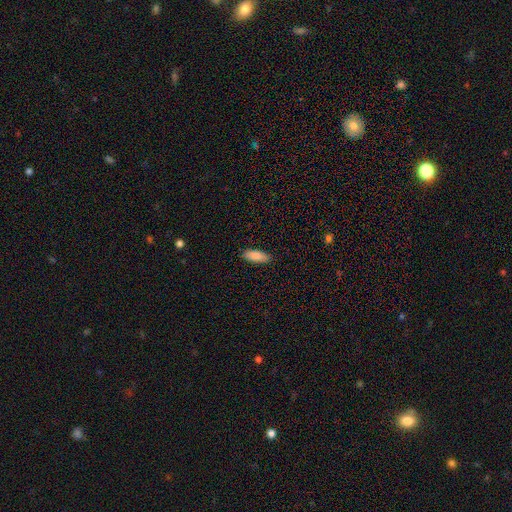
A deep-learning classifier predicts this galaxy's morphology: smooth-or-featured: smooth: 87% | featured or disk: 7% | star or artifact: 6%
  how-rounded: in between: 72% | cigar-shaped: 26% | round: 2%
  merging: none: 88% | minor disturbance: 9% | major disturbance: 2% | merger: 1%